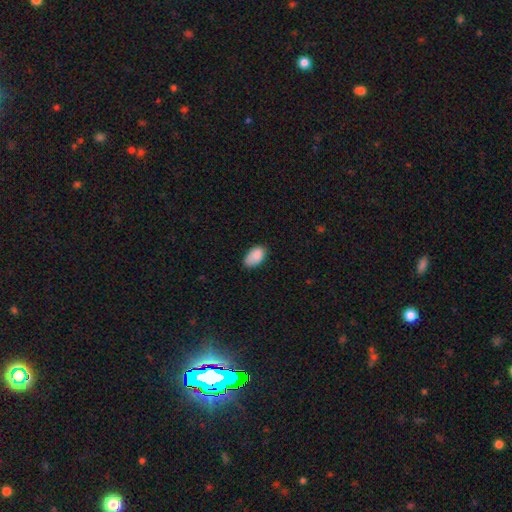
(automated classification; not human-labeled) Smooth or featured: smooth — 88% (star or artifact — 8%)
How rounded: in between — 93% (round — 5%)
Merging: none — 68% (minor disturbance — 26%)